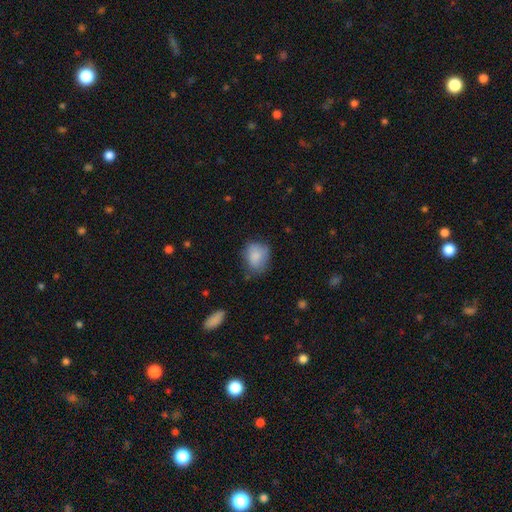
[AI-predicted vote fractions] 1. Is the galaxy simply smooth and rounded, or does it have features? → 82% smooth, 10% featured or disk, 8% star or artifact.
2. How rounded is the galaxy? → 52% in between, 47% round, 1% cigar-shaped.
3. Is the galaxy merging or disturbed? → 57% none, 31% minor disturbance, 9% major disturbance, 2% merger.